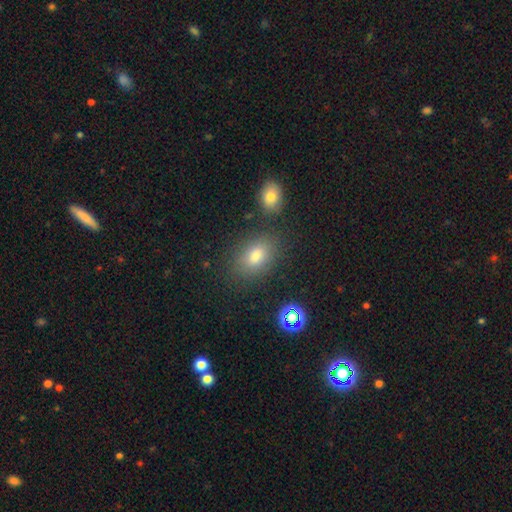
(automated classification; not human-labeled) Smooth or featured? Predicted: smooth (p=0.76). How rounded? Predicted: in between (p=0.81). Merging? Predicted: none (p=0.78).